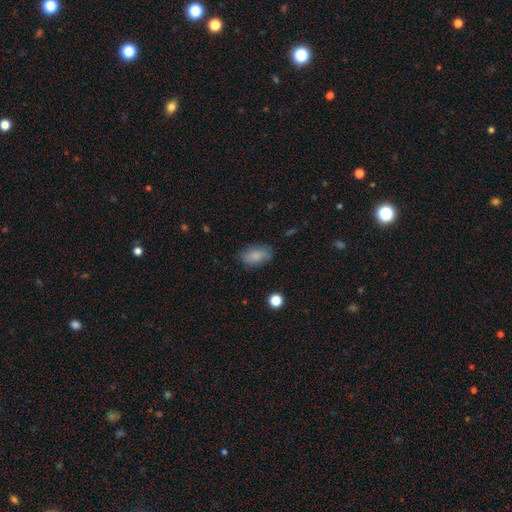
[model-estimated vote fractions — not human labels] Smooth or featured: smooth — 82% (featured or disk — 9%)
How rounded: in between — 88% (round — 9%)
Merging: none — 73% (minor disturbance — 20%)